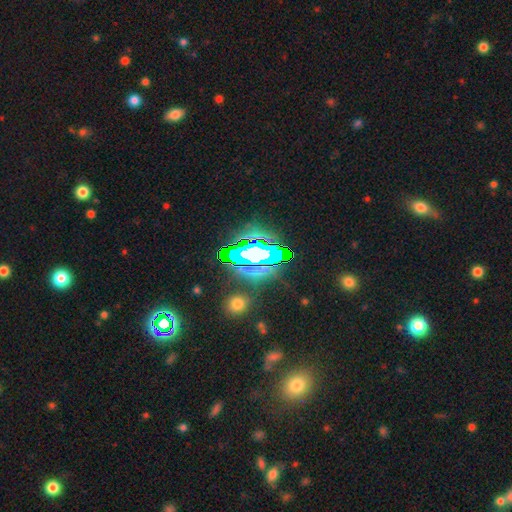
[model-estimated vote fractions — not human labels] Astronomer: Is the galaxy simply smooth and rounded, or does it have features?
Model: star or artifact — 62%.